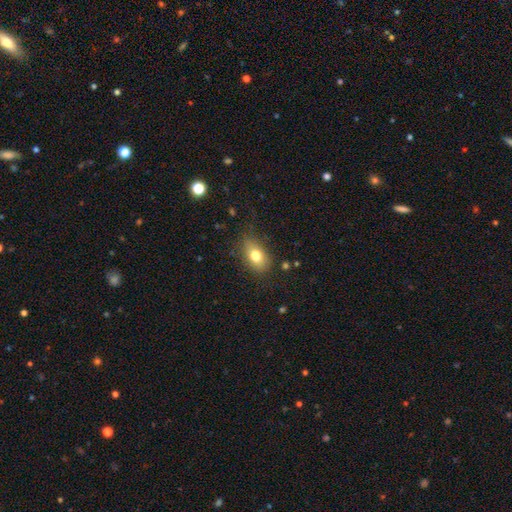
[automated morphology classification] Smooth or featured?
  - smooth: 77% *
  - featured or disk: 13%
  - star or artifact: 10%
How rounded?
  - in between: 82% *
  - round: 16%
  - cigar-shaped: 2%
Merging?
  - none: 78% *
  - minor disturbance: 16%
  - major disturbance: 5%
  - merger: 1%